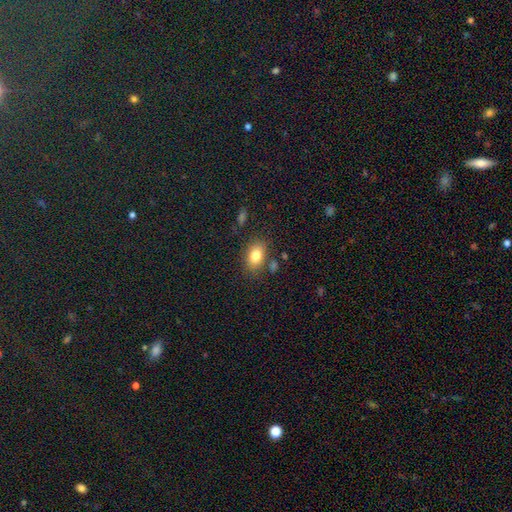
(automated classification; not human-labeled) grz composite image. It shows a smooth galaxy with no disk features (81%) that is in between round and cigar-shaped (81%). Merging: none (77%).